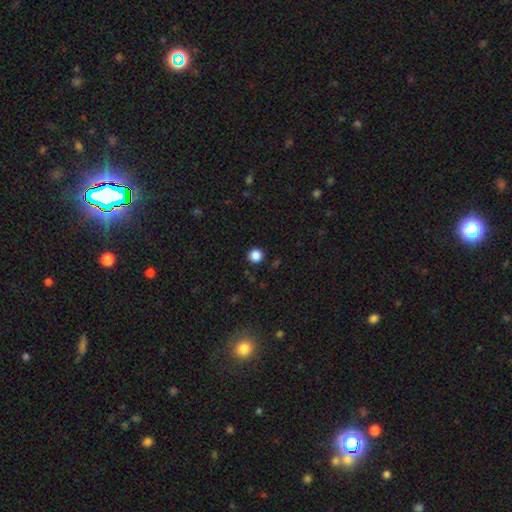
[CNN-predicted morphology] Overall: smooth (86%). How rounded: round (95%). Merging: none (92%).